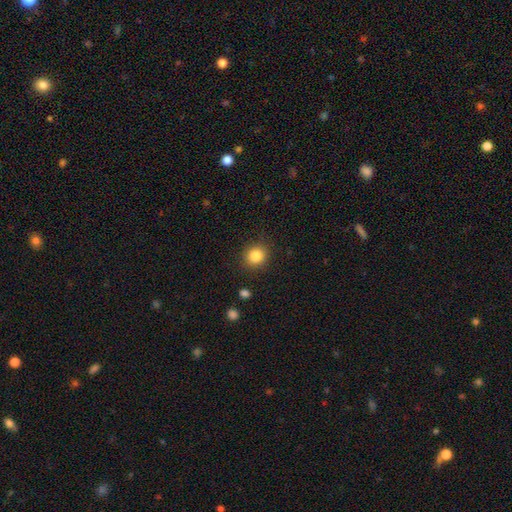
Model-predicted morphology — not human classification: Smooth or featured? smooth (84%)
How rounded? round (84%)
Merging? none (89%)